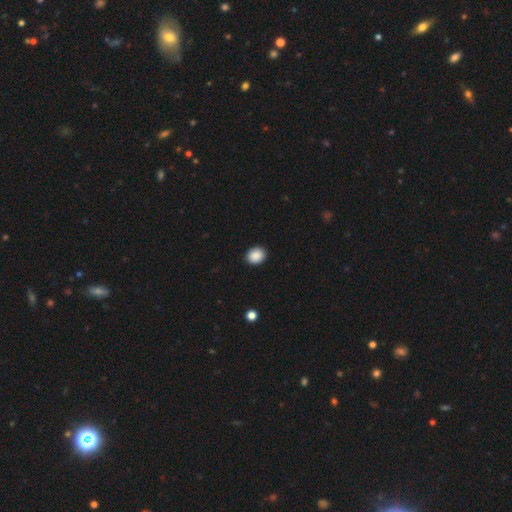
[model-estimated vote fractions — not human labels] A smooth galaxy with no disk features (89%) that is round (54%).

Vote fractions:
- Smooth or featured? smooth: 89% / star or artifact: 8% / featured or disk: 3%
- How rounded? round: 54% / in between: 45% / cigar-shaped: 1%
- Merging? none: 91% / minor disturbance: 6% / major disturbance: 2% / merger: 1%